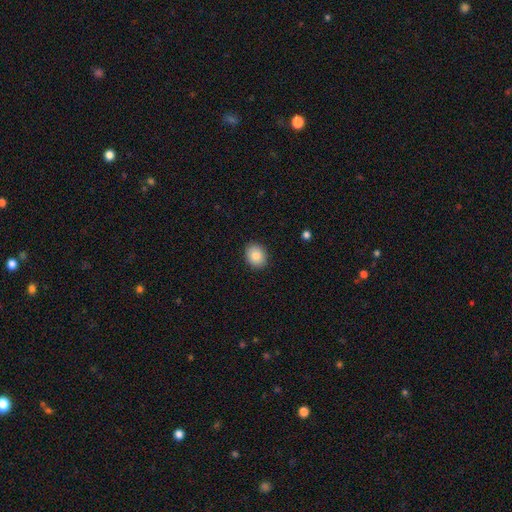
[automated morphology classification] type=smooth (83%); roundness=round (59%); merging=none (90%).